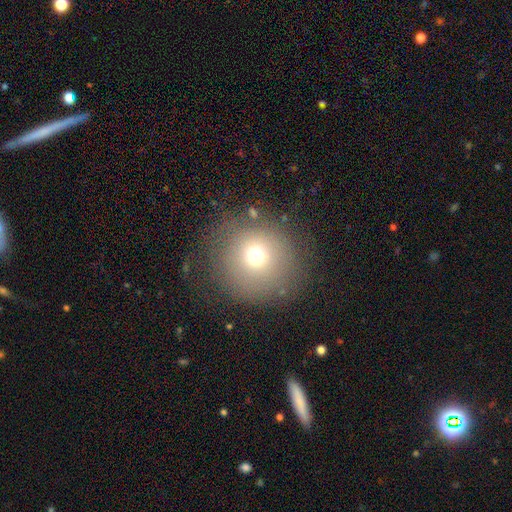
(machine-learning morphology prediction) Smooth or featured? Predicted: smooth (p=0.70). How rounded? Predicted: round (p=0.94). Merging? Predicted: none (p=0.80).